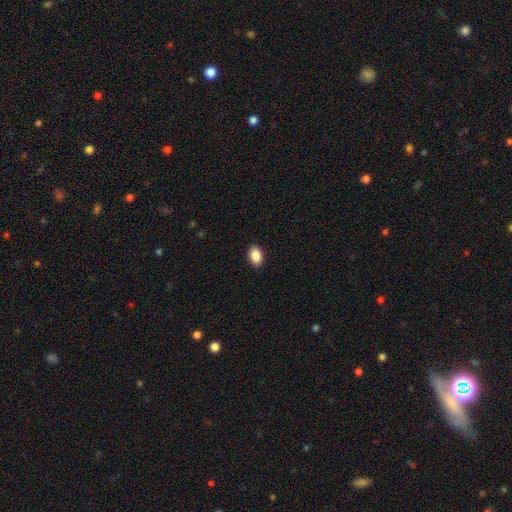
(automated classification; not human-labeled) A smooth galaxy with no disk features (89%) that is in between round and cigar-shaped (88%). Merging: none (90%).